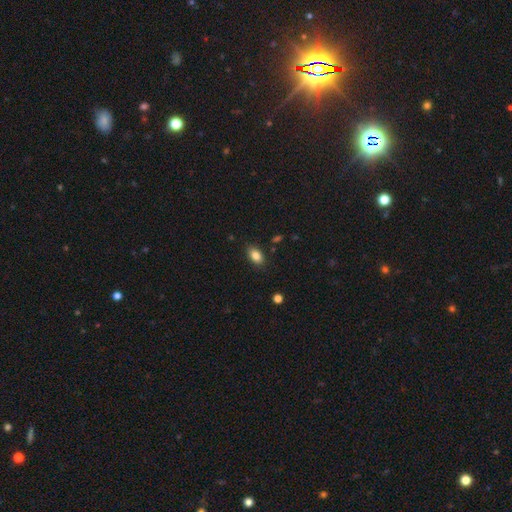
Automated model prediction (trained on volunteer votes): Overall: smooth (85%). How rounded: in between (89%). Merging: none (86%).